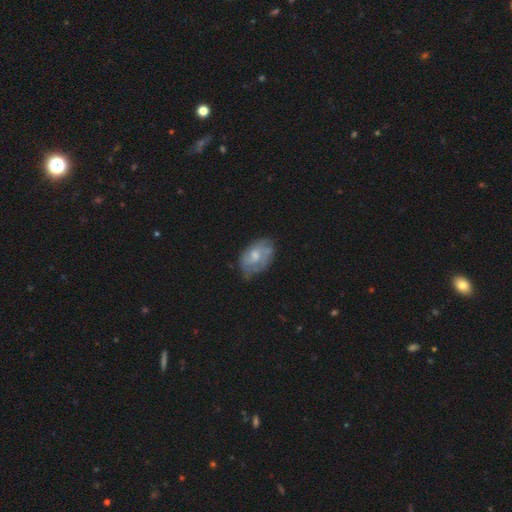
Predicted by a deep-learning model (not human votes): This is possibly a featured or disk galaxy (51%). It is clearly not viewed edge-on (96%). Merging: possibly none (53%).